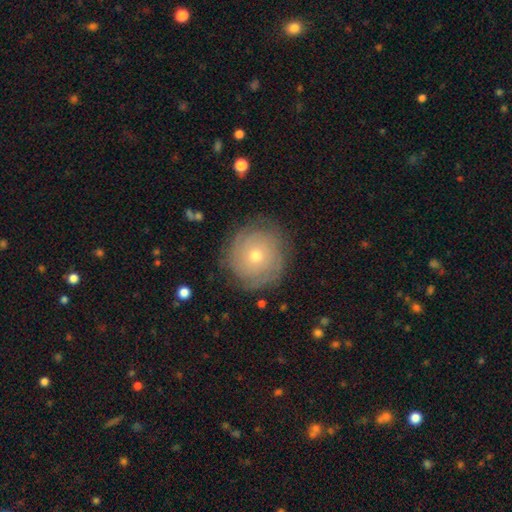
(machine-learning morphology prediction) Smooth or featured: featured or disk — 55% (smooth — 35%)
Edge-on disk: no — 97% (yes — 3%)
Bar: no — 87% (weak — 11%)
Spiral arms: yes — 77% (no — 23%)
Bulge size: small — 52% (moderate — 45%)
Merging: none — 81% (minor disturbance — 13%)